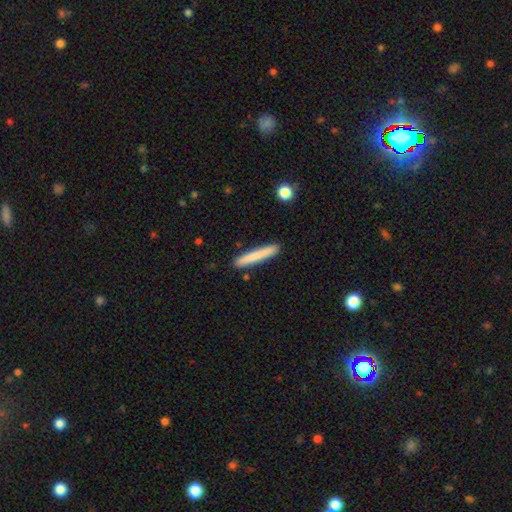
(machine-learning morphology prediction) smooth 77%, featured or disk 17%, star or artifact 6%. Down the decision tree: how rounded — cigar-shaped (95%); merging — none (90%).